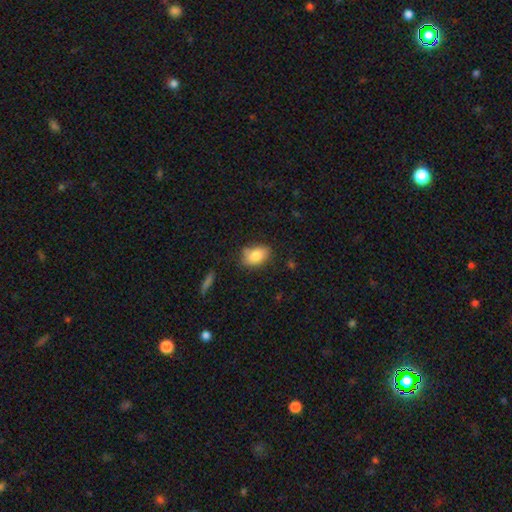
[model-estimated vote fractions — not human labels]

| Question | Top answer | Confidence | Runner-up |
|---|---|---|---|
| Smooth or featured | smooth | 83% | featured or disk (9%) |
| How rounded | in between | 86% | round (12%) |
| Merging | none | 74% | minor disturbance (18%) |